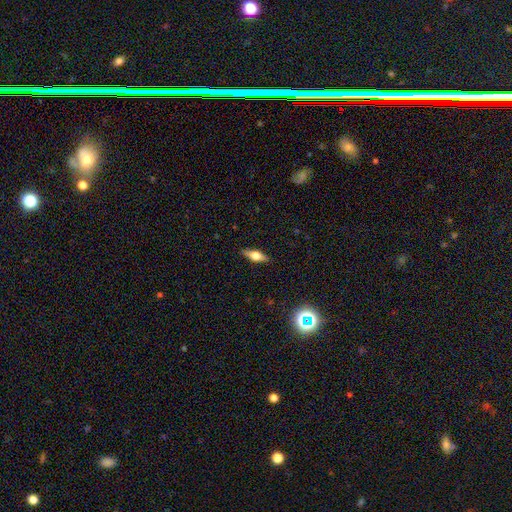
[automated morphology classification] This appears to be a featured or disk galaxy (49%). Merging: none (88%).